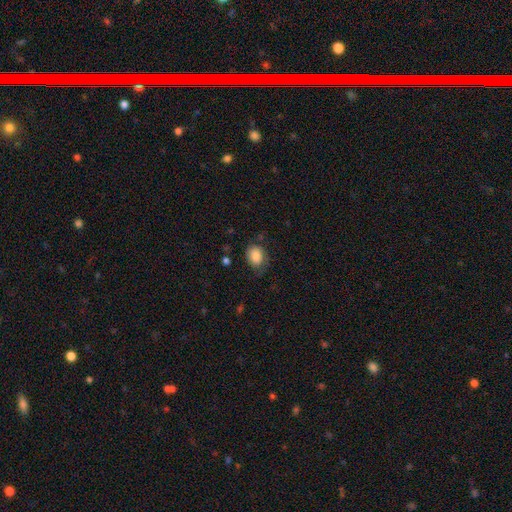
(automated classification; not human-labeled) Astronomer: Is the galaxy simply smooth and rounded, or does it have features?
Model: smooth — 82%.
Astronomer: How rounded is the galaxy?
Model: in between — 62%.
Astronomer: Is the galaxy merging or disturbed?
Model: none — 61%.